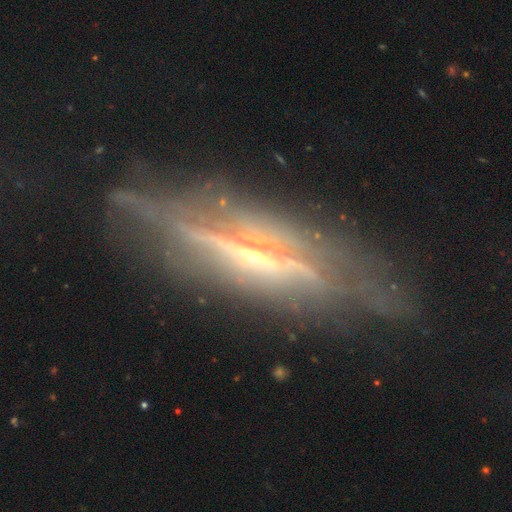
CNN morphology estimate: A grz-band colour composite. It shows a featured or disk galaxy (80%) viewed edge-on (84%) with a rounded central bulge (57%). Merging: none (59%).